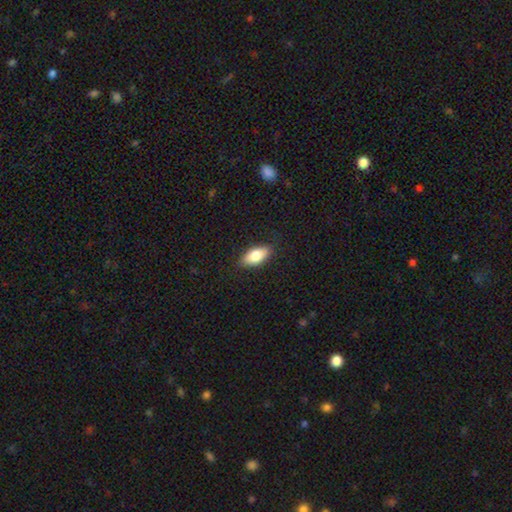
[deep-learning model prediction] Overall: smooth (79%). How rounded: in between (86%). Merging: none (86%).